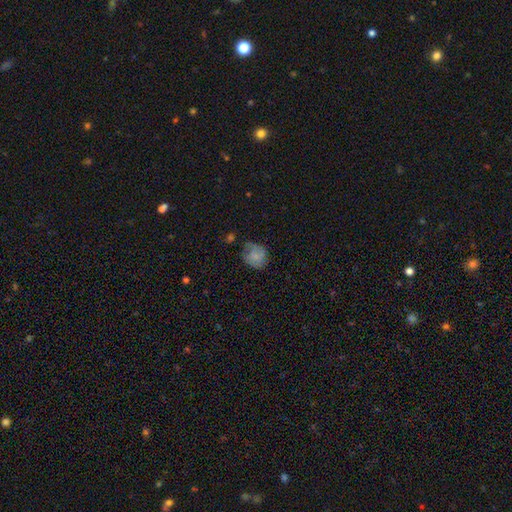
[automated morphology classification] smooth_or_featured: smooth (p=0.70) [alt: featured or disk p=0.21]
how_rounded: round (p=0.67) [alt: in between p=0.32]
merging: none (p=0.51) [alt: minor disturbance p=0.32]